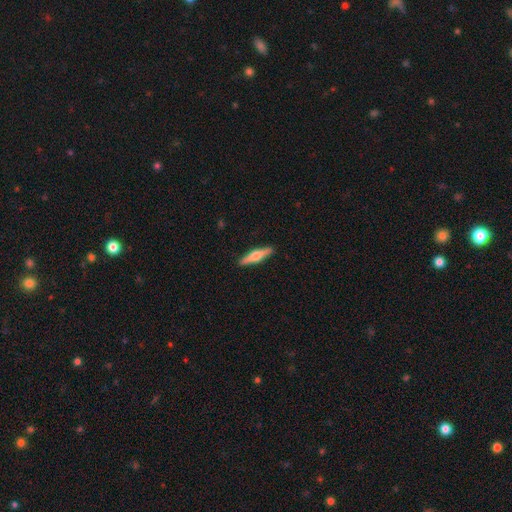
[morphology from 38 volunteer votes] type=featured or disk (71%); edge-on=yes (96%); edge-on bulge=rounded (100%); merging=none (86%).